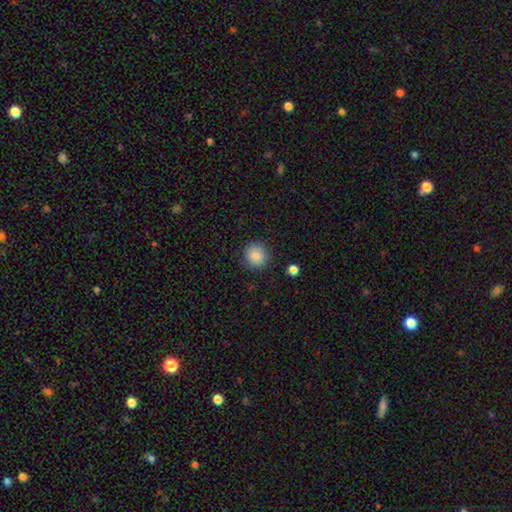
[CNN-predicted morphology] Overall: smooth (87%). How rounded: round (90%). Merging: none (88%).